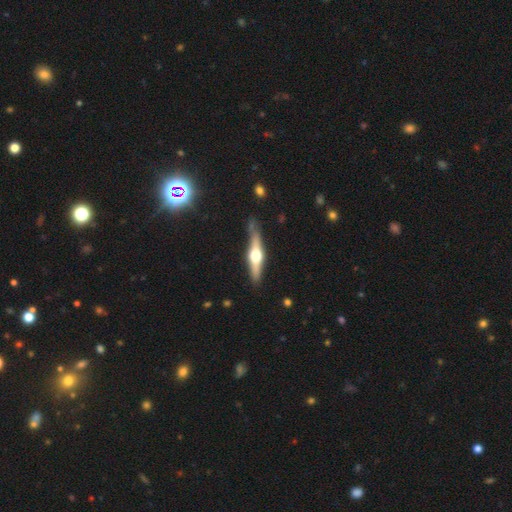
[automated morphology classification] smooth-or-featured: featured or disk: 72% | smooth: 23% | star or artifact: 5%
  disk-edge-on: yes: 96% | no: 4%
    edge-on-bulge: rounded: 95% | boxy: 3% | none: 2%
  merging: none: 79% | minor disturbance: 15% | major disturbance: 3% | merger: 3%